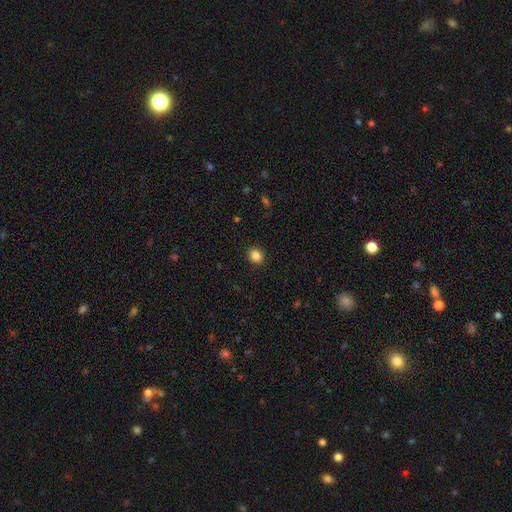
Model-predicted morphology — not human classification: type=smooth (86%); roundness=round (62%); merging=none (91%).